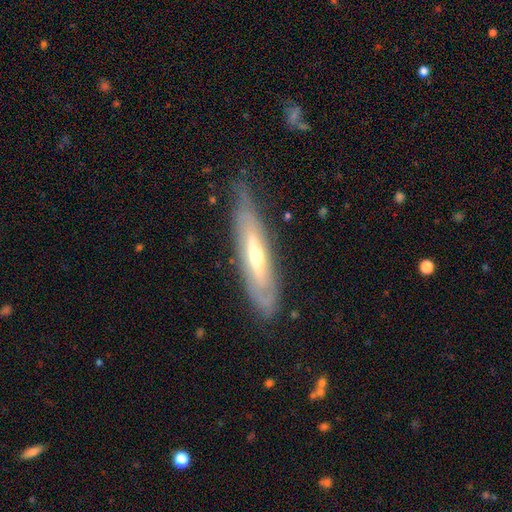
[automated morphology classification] type=featured or disk (72%); edge-on=no (51%); merging=none (69%).